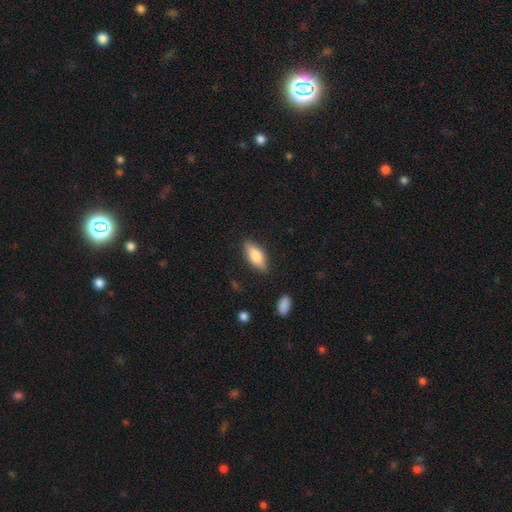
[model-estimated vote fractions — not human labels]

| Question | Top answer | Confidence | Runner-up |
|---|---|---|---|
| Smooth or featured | smooth | 76% | featured or disk (18%) |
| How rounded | in between | 76% | cigar-shaped (22%) |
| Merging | none | 83% | minor disturbance (13%) |